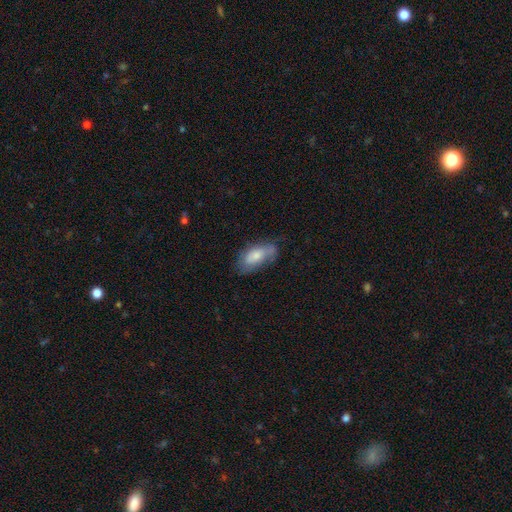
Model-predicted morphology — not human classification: smooth 61%, featured or disk 32%, star or artifact 7%. Down the decision tree: how rounded — in between (89%); merging — none (52%).